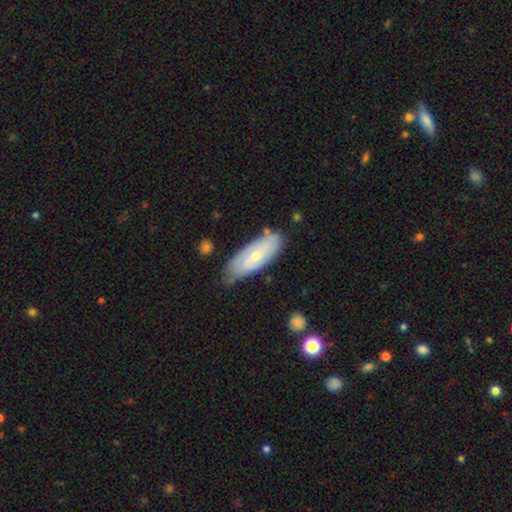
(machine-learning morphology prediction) Smooth or featured? featured or disk (53%)
Edge-on disk? no (83%)
Merging? none (69%)